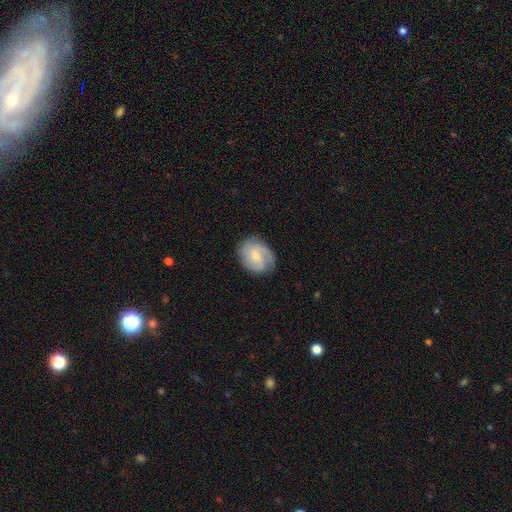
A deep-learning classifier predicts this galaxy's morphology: A featured or disk galaxy (69%) with no bar (50%), 2 (43%) medium (43%) spiral arms (93%) and a small central bulge (58%). Merging: none (74%).